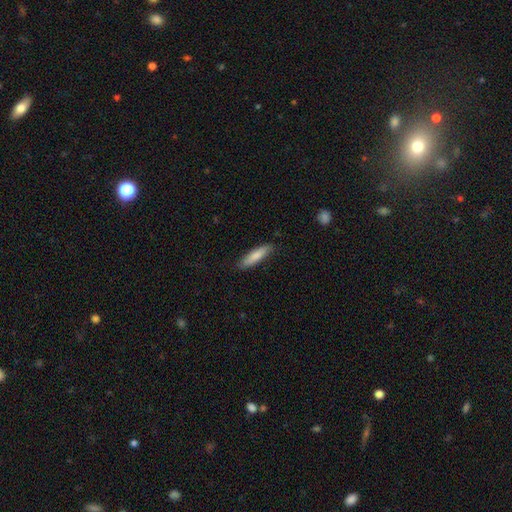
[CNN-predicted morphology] Smooth or featured?
  - smooth: 81% *
  - featured or disk: 14%
  - star or artifact: 5%
How rounded?
  - cigar-shaped: 76% *
  - in between: 22%
  - round: 1%
Merging?
  - none: 87% *
  - minor disturbance: 10%
  - major disturbance: 2%
  - merger: 1%